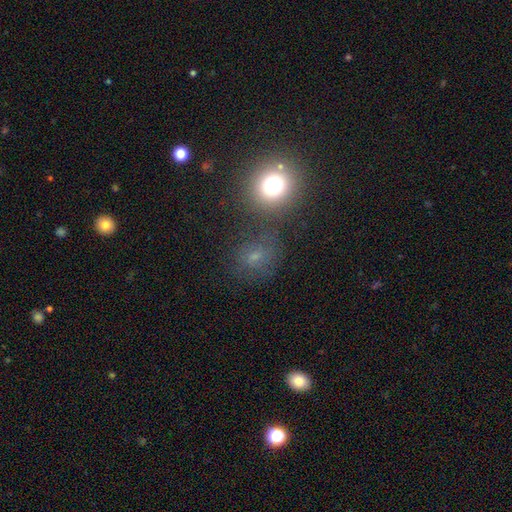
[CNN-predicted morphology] This is possibly a smooth galaxy (47%). Merging: likely none (69%).